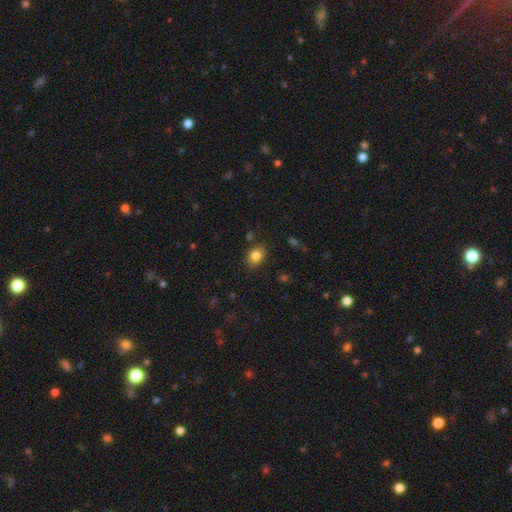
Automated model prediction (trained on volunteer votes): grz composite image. It shows a smooth galaxy with no disk features (84%) that is round (54%). Merging: none (83%).